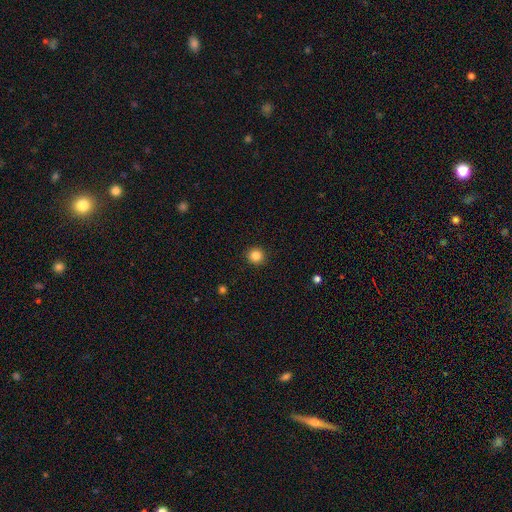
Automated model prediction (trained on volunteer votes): This is clearly a smooth galaxy (85%). How rounded: clearly round (95%). Merging: clearly none (92%).